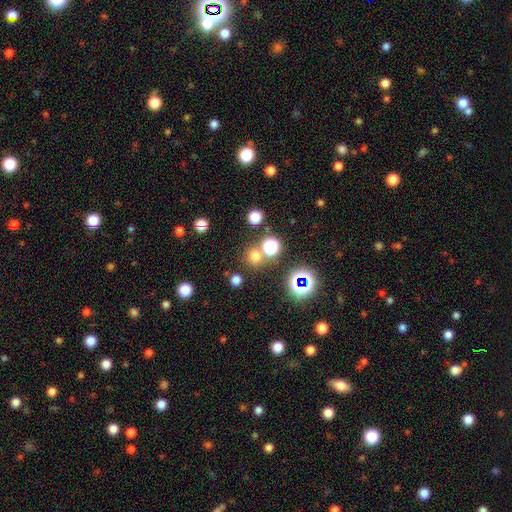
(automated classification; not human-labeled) smooth_or_featured: smooth (p=0.64) [alt: star or artifact p=0.29]
how_rounded: round (p=0.90) [alt: in between p=0.09]
merging: none (p=0.73) [alt: merger p=0.16]